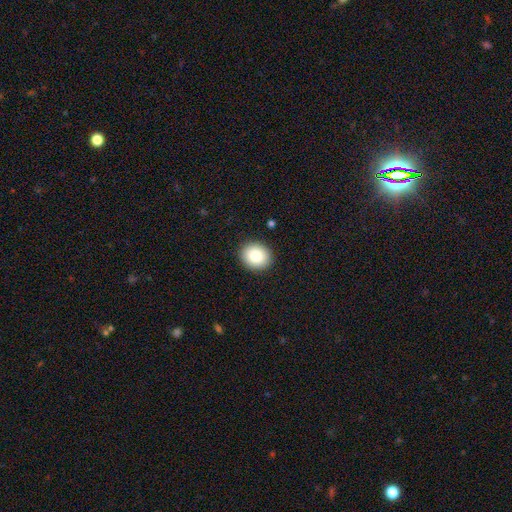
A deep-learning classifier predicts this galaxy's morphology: A smooth galaxy with no disk features (85%) that is round (70%). Merging: none (91%).